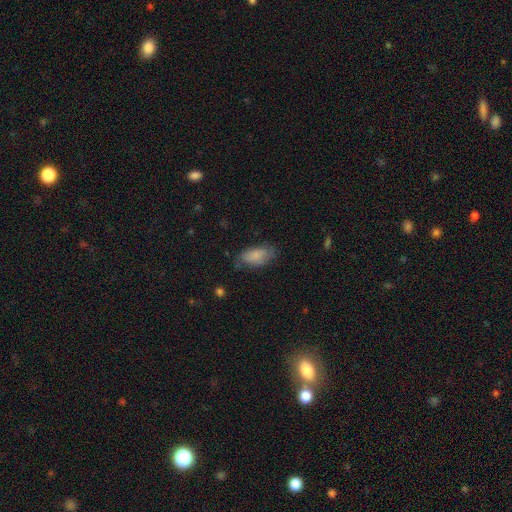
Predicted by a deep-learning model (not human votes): The model was most divided on "merging": none: 67%, minor disturbance: 25%, major disturbance: 7%, merger: 2%. More confident: how rounded — in between (91%); smooth or featured — smooth (82%).